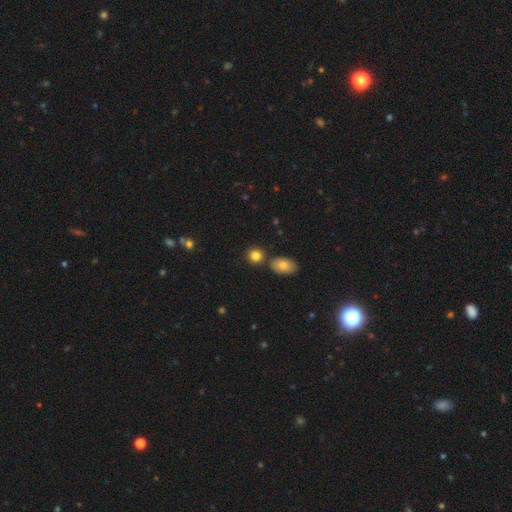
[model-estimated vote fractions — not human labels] Smooth or featured?
  - smooth: 83% *
  - star or artifact: 10%
  - featured or disk: 7%
How rounded?
  - round: 78% *
  - in between: 21%
  - cigar-shaped: 1%
Merging?
  - none: 74% *
  - merger: 15%
  - minor disturbance: 8%
  - major disturbance: 2%